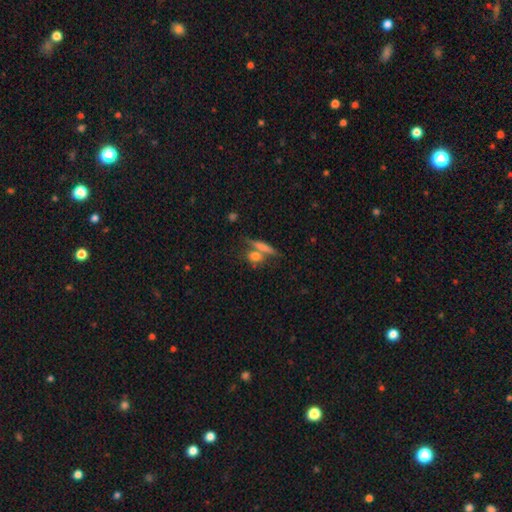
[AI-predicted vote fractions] Smooth or featured?
  - smooth: 70% *
  - featured or disk: 19%
  - star or artifact: 10%
How rounded?
  - in between: 36% *
  - round: 33%
  - cigar-shaped: 31%
Merging?
  - none: 52% *
  - merger: 33%
  - minor disturbance: 10%
  - major disturbance: 5%